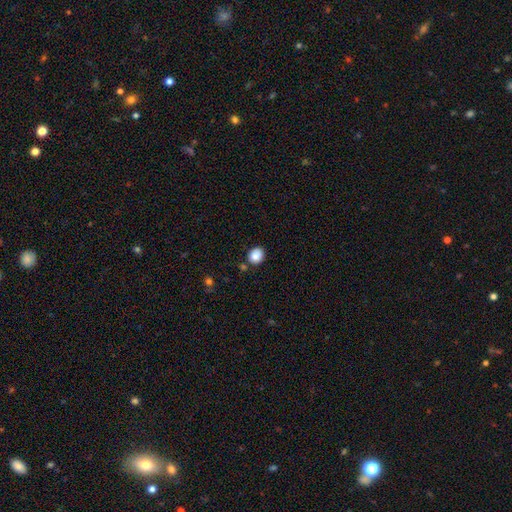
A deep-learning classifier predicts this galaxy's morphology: This appears to be a smooth galaxy with no disk features (87%) that is round (71%). Merging: none (78%).